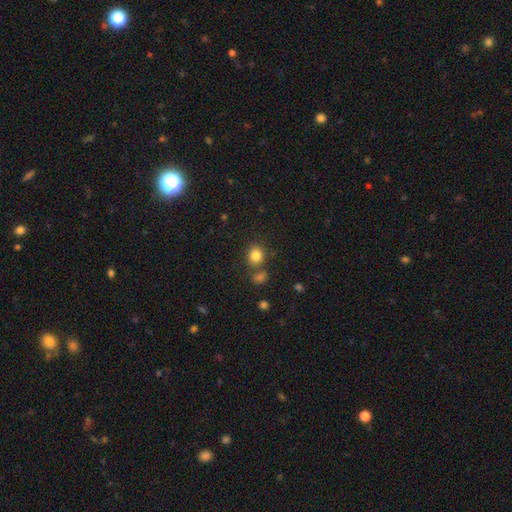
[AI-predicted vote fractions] The model was most divided on "merging": none: 70%, merger: 16%, minor disturbance: 10%, major disturbance: 3%. More confident: smooth or featured — smooth (82%); how rounded — round (80%).